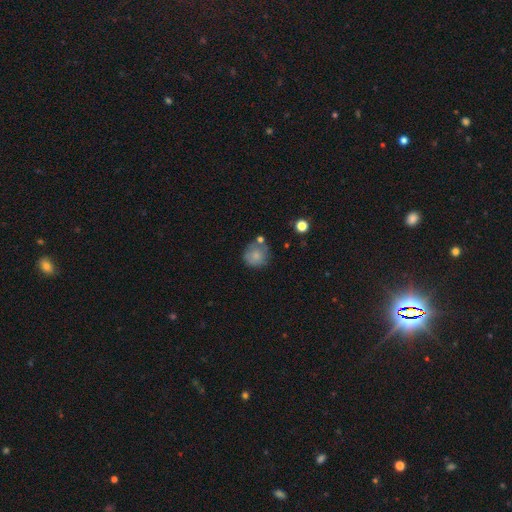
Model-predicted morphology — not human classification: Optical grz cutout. It shows a smooth galaxy with no disk features (78%) that is round (88%). Merging: none (60%).